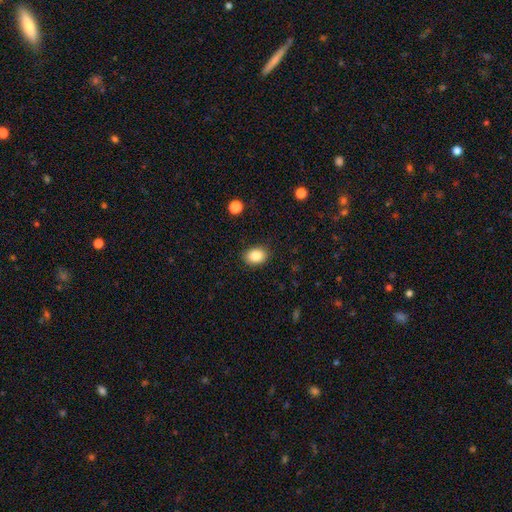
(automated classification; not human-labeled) smooth_or_featured: smooth (p=0.87) [alt: star or artifact p=0.08]
how_rounded: in between (p=0.74) [alt: round p=0.25]
merging: none (p=0.88) [alt: minor disturbance p=0.08]